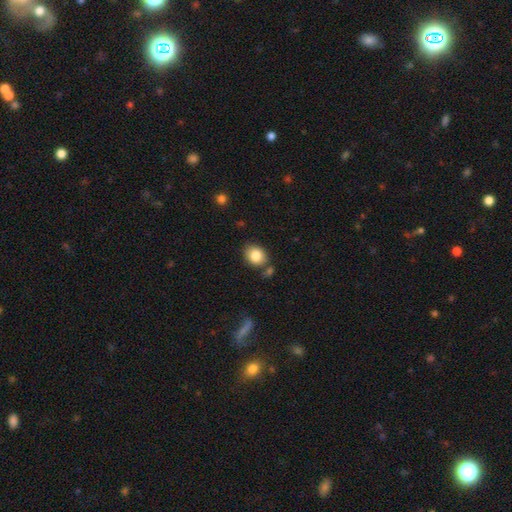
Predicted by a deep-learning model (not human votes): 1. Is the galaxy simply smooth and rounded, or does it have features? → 84% smooth, 9% star or artifact, 8% featured or disk.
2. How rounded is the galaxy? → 60% round, 39% in between, 1% cigar-shaped.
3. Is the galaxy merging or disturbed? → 76% none, 13% minor disturbance, 8% merger, 3% major disturbance.